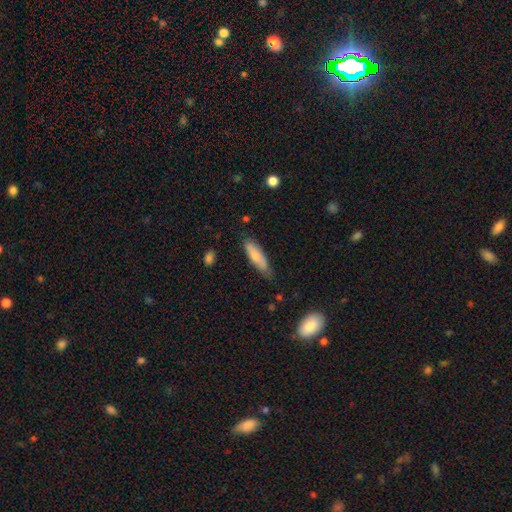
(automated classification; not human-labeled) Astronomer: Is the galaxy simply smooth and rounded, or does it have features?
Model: smooth — 71%.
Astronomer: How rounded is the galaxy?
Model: cigar-shaped — 61% (runner-up: in between, 38%).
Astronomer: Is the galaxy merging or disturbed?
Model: none — 69%.